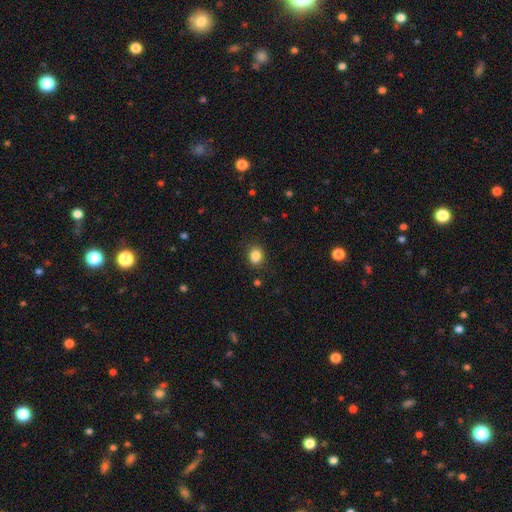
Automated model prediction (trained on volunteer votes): smooth_or_featured: smooth (p=0.85) [alt: star or artifact p=0.10]
how_rounded: round (p=0.57) [alt: in between p=0.42]
merging: none (p=0.84) [alt: minor disturbance p=0.12]